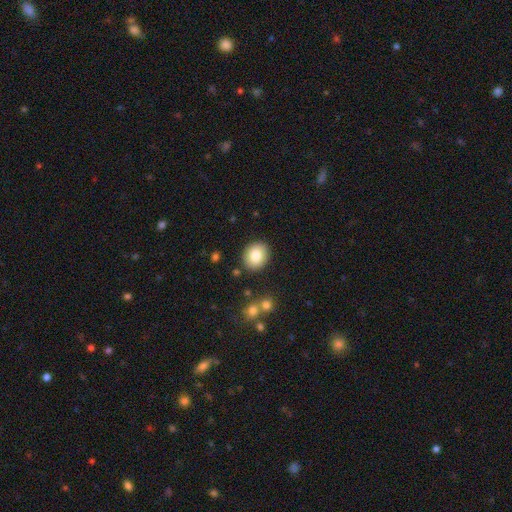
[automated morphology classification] Overall: smooth (83%). How rounded: round (64%; in between 35%). Merging: none (88%).